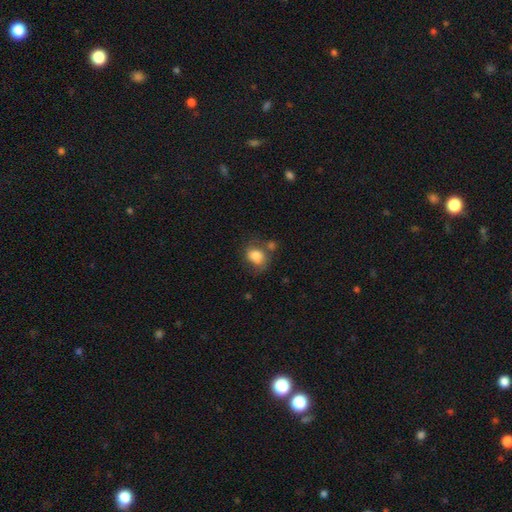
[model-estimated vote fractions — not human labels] smooth_or_featured: smooth (p=0.77) [alt: featured or disk p=0.14]
how_rounded: in between (p=0.53) [alt: round p=0.46]
merging: none (p=0.49) [alt: minor disturbance p=0.23]